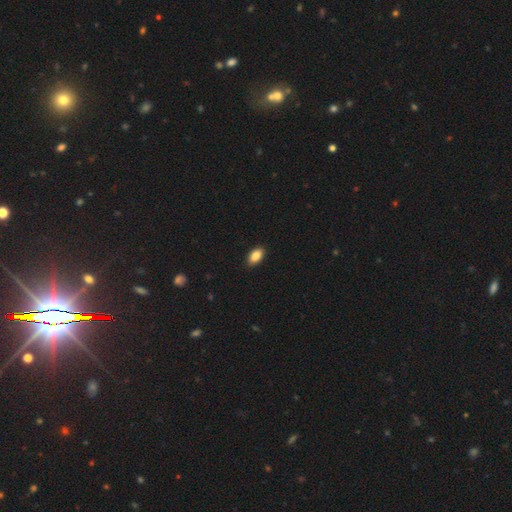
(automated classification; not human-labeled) smooth-or-featured: smooth: 87% | star or artifact: 8% | featured or disk: 5%
  how-rounded: in between: 92% | round: 5% | cigar-shaped: 2%
  merging: none: 89% | minor disturbance: 8% | major disturbance: 2% | merger: 1%